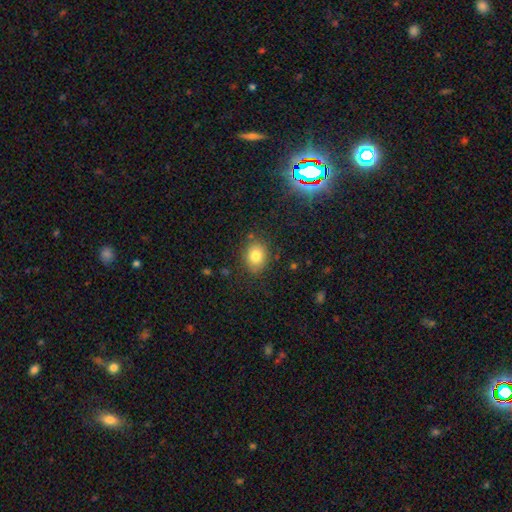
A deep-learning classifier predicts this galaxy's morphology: Smooth or featured? smooth (79%)
How rounded? round (51%)
Merging? none (82%)